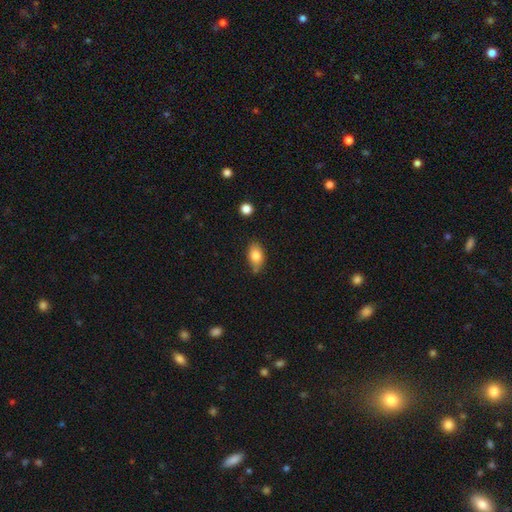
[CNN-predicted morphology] Smooth or featured: smooth — 81% (featured or disk — 11%)
How rounded: in between — 88% (round — 10%)
Merging: none — 71% (minor disturbance — 21%)